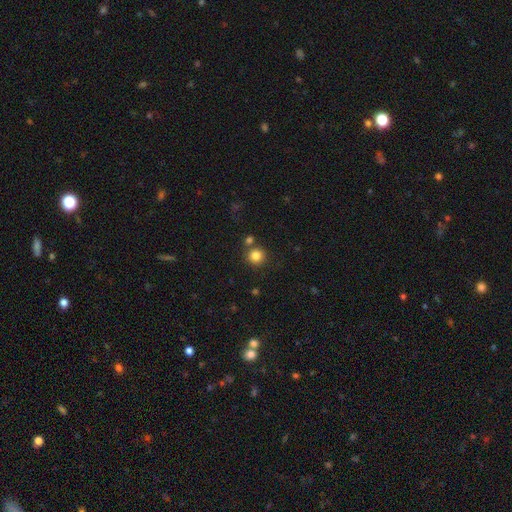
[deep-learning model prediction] A smooth galaxy with no disk features (83%) that is round (93%). Merging: none (78%).